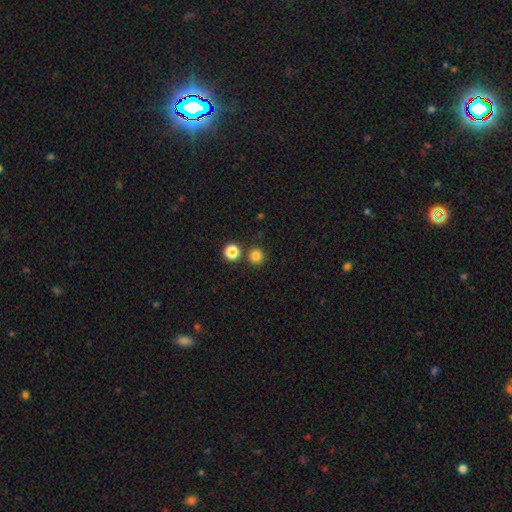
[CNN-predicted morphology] Q: Smooth or featured?
A: smooth (82%); runner-up: star or artifact (14%)
Q: How rounded?
A: round (94%); runner-up: in between (5%)
Q: Merging?
A: none (84%); runner-up: merger (8%)